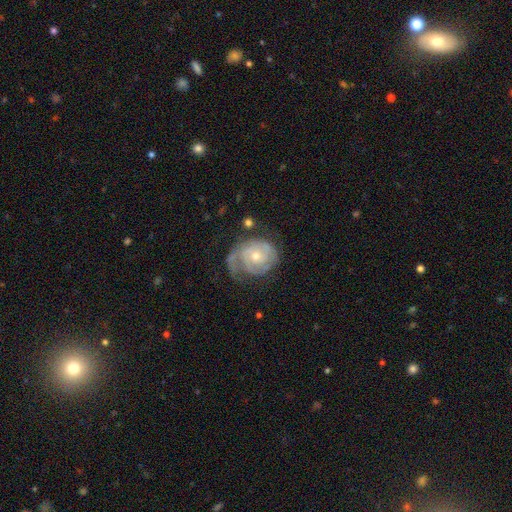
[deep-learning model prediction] Smooth or featured?
  - featured or disk: 83% *
  - smooth: 11%
  - star or artifact: 6%
Edge-on disk?
  - no: 97% *
  - yes: 3%
Bar?
  - no: 75% *
  - weak: 21%
  - strong: 4%
Spiral arms?
  - yes: 93% *
  - no: 7%
Spiral winding?
  - tight: 65% *
  - medium: 26%
  - loose: 9%
Spiral arm count?
  - 2: 37% *
  - can't tell: 26%
  - 1: 15%
  - 3: 15%
  - 4: 4%
  - more than 4: 3%
Bulge size?
  - small: 51% *
  - moderate: 45%
  - large: 2%
  - none: 1%
  - dominant: 1%
Merging?
  - none: 54% *
  - minor disturbance: 25%
  - major disturbance: 19%
  - merger: 3%